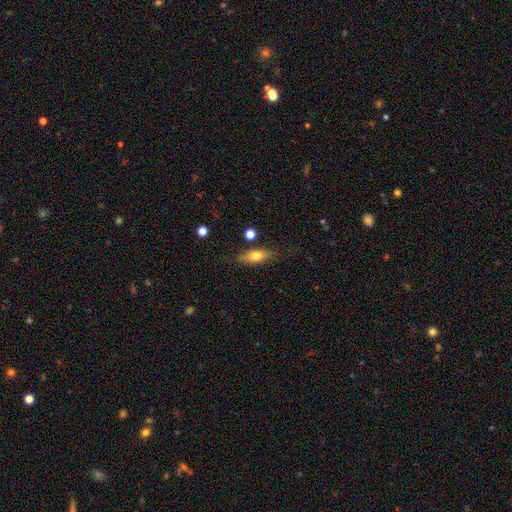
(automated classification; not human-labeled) Smooth or featured? smooth (61%)
How rounded? in between (63%)
Merging? none (73%)